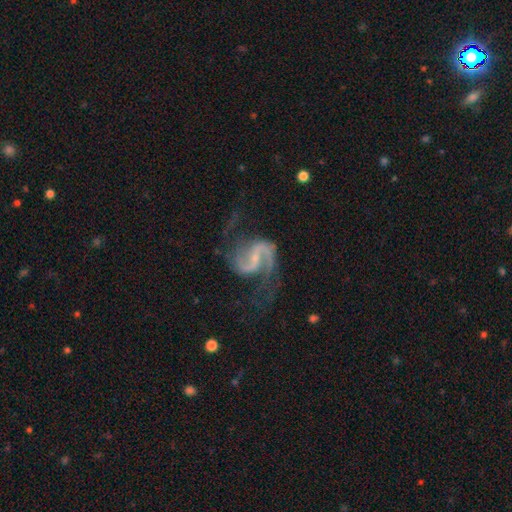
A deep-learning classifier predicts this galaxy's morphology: Overall: featured or disk (92%). Edge-on disk: no (98%). Bar: weak (48%; strong 30%). Spiral arms: yes (98%). Spiral arm count: 2 (93%). Spiral winding: medium (46%; loose 45%). Bulge size: small (65%). Merging: none (64%).